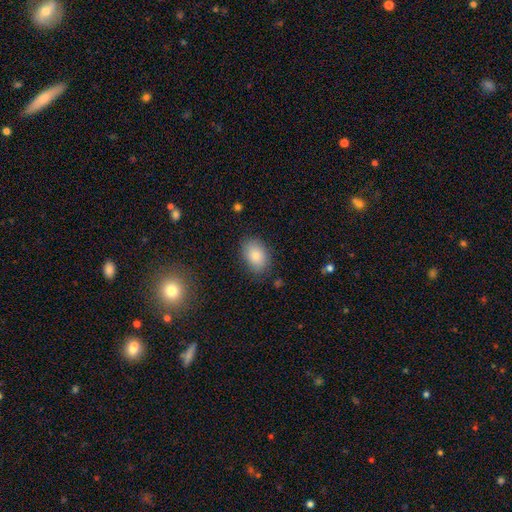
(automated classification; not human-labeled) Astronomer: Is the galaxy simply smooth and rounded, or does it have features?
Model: smooth — 84%.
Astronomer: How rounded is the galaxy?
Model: in between — 84%.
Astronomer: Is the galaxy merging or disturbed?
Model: none — 81%.